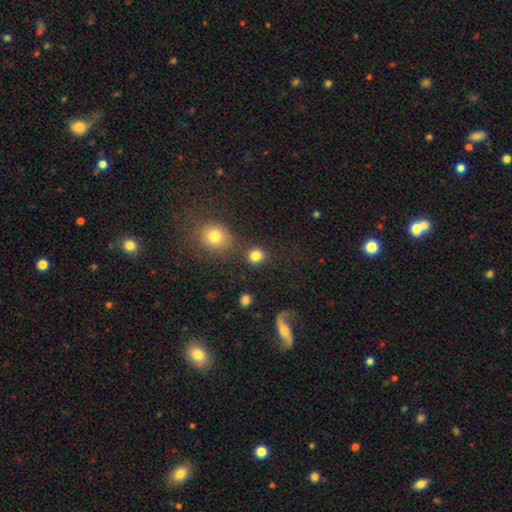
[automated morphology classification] smooth 83%, star or artifact 11%, featured or disk 6%. Down the decision tree: how rounded — round (85%); merging — none (80%).